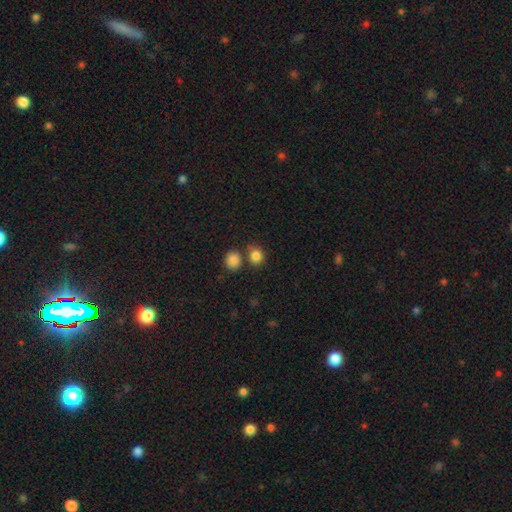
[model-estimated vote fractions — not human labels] This appears to be a smooth galaxy with no disk features (84%) that is round (70%). Merging: none (65%).